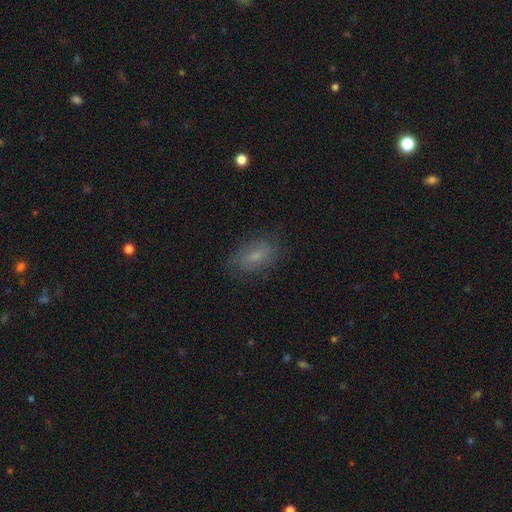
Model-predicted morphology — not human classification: Smooth or featured?
  - smooth: 52% *
  - featured or disk: 36%
  - star or artifact: 12%
How rounded?
  - in between: 85% *
  - round: 8%
  - cigar-shaped: 7%
Merging?
  - none: 78% *
  - minor disturbance: 16%
  - major disturbance: 6%
  - merger: 1%